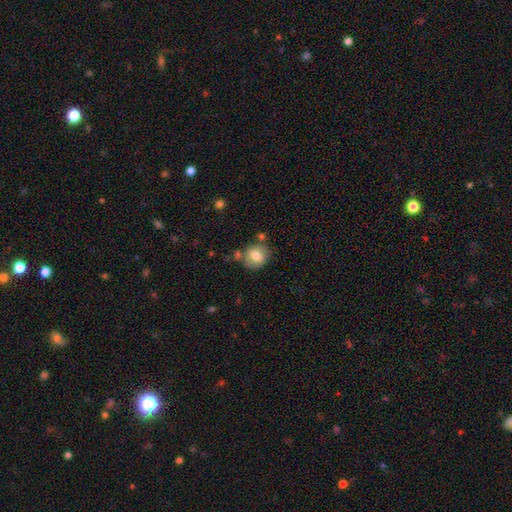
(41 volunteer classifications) This appears to be a smooth galaxy with no disk features (76%) that is round (94%). Merging: none (78%).